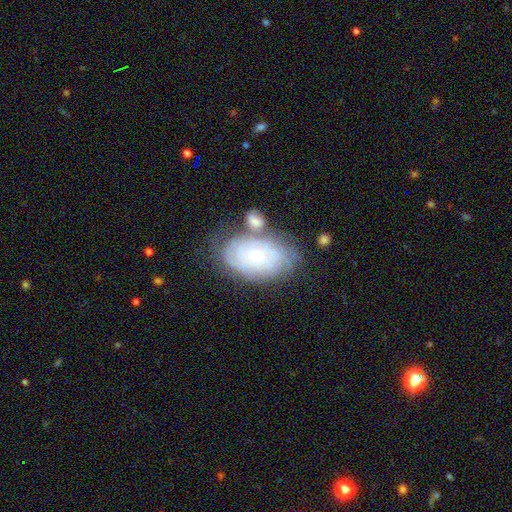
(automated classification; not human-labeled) The model was most divided on "bulge size": small: 65%, moderate: 27%, none: 3%, large: 3%, dominant: 1%. More confident: edge-on disk — no (95%); spiral arms — yes (87%); bar — no (78%); spiral winding — tight (77%); smooth or featured — featured or disk (70%); merging — none (59%); spiral arm count — can't tell (55%).